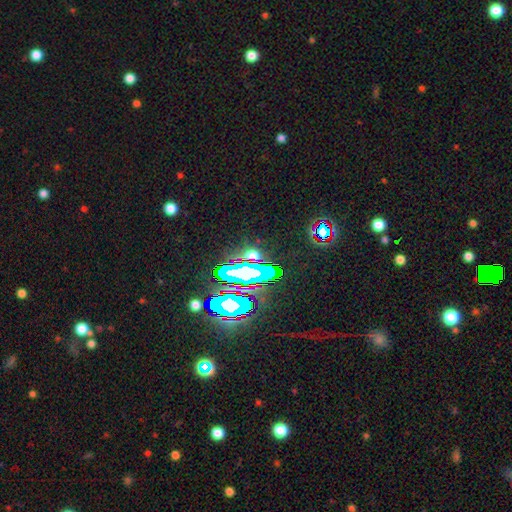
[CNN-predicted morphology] This appears to be a star or artifact, not a galaxy (79%).